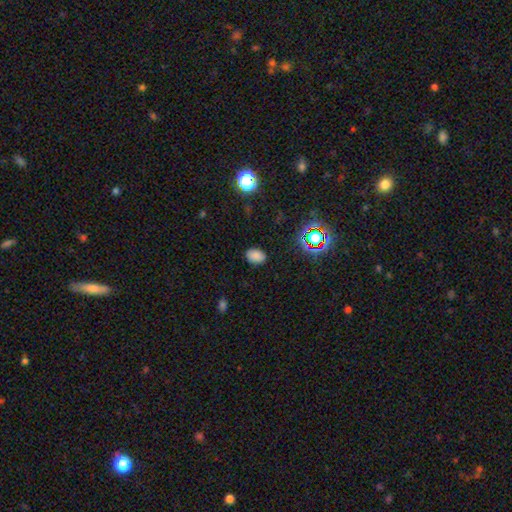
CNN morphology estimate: Overall: smooth (79%). How rounded: in between (80%). Merging: none (85%).